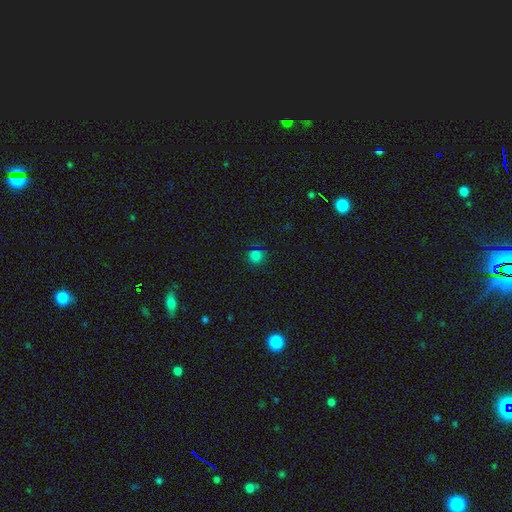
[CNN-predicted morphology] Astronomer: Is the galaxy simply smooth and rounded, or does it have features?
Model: smooth — 78%.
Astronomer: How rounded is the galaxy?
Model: round — 90%.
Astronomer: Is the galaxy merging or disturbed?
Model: none — 83%.